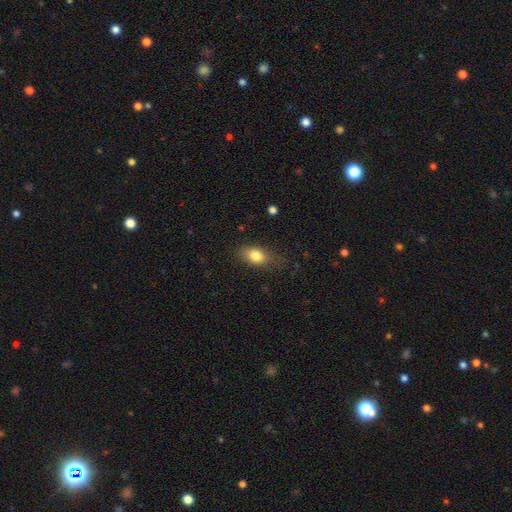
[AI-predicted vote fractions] Smooth or featured? smooth (80%)
How rounded? in between (81%)
Merging? none (71%)